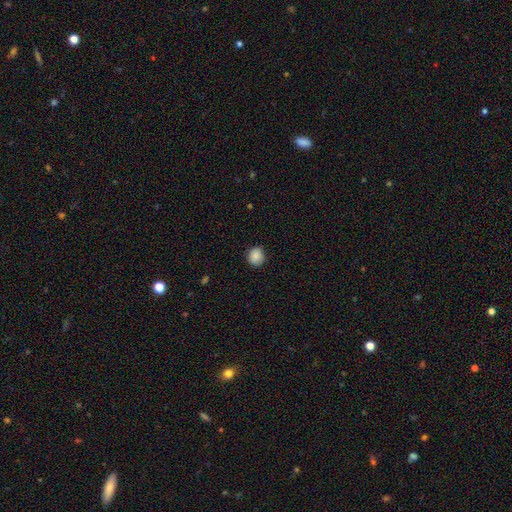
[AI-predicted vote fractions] Smooth or featured?
  - smooth: 87% *
  - star or artifact: 8%
  - featured or disk: 4%
How rounded?
  - round: 83% *
  - in between: 16%
  - cigar-shaped: 1%
Merging?
  - none: 89% *
  - minor disturbance: 8%
  - major disturbance: 2%
  - merger: 1%